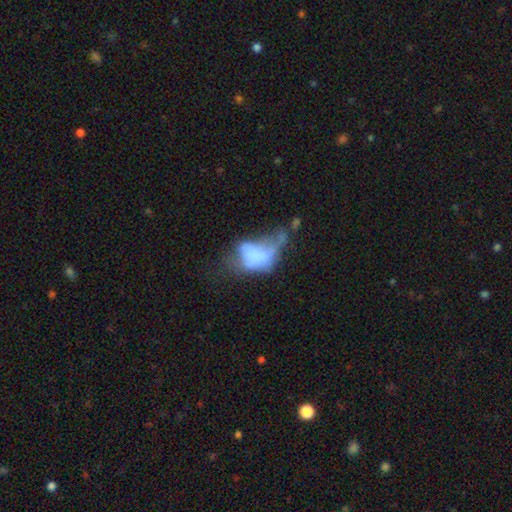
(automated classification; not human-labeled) Smooth or featured?
  - smooth: 52% *
  - featured or disk: 36%
  - star or artifact: 12%
How rounded?
  - in between: 84% *
  - round: 12%
  - cigar-shaped: 3%
Merging?
  - major disturbance: 46% *
  - merger: 24%
  - minor disturbance: 17%
  - none: 14%